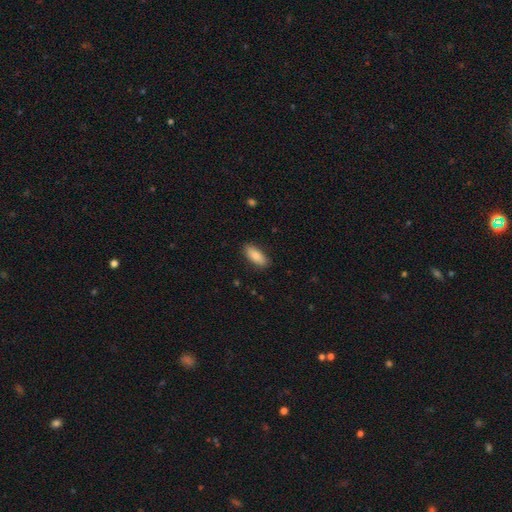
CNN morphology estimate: A smooth galaxy with no disk features (82%) that is in between round and cigar-shaped (81%). Merging: none (87%).